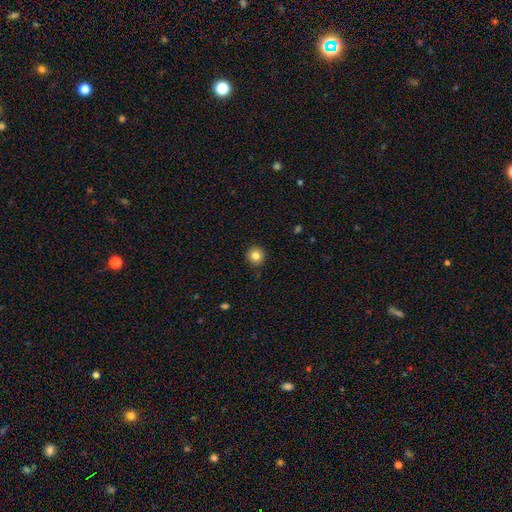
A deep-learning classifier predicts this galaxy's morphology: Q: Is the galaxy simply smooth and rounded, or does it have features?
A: smooth — 83%.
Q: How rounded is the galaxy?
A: round — 93%.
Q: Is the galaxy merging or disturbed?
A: none — 92%.